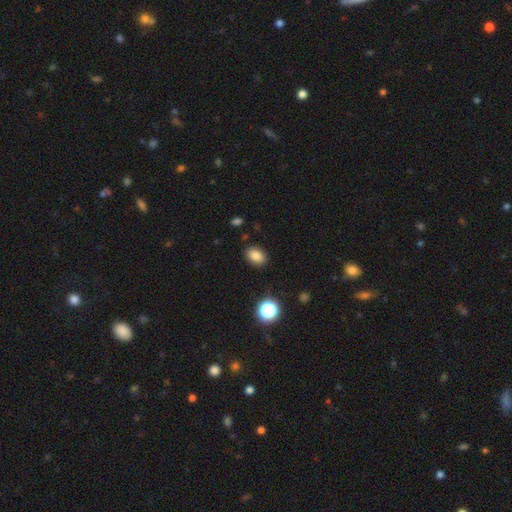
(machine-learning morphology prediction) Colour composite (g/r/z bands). It shows a smooth galaxy with no disk features (83%) that is in between round and cigar-shaped (78%). Merging: none (87%).